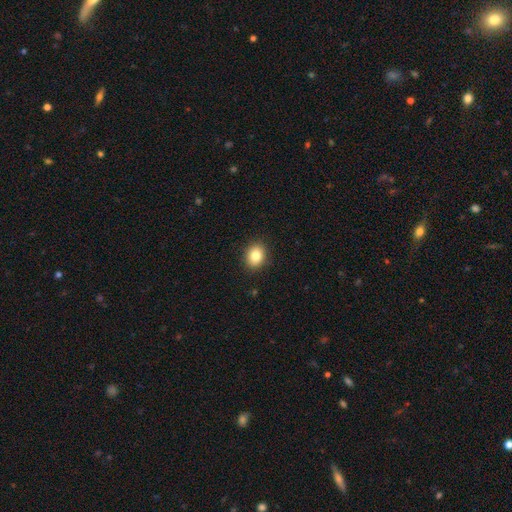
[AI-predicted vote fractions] Smooth or featured?
  - smooth: 84% *
  - star or artifact: 9%
  - featured or disk: 7%
How rounded?
  - in between: 51% *
  - round: 48%
  - cigar-shaped: 1%
Merging?
  - none: 90% *
  - minor disturbance: 7%
  - major disturbance: 2%
  - merger: 1%